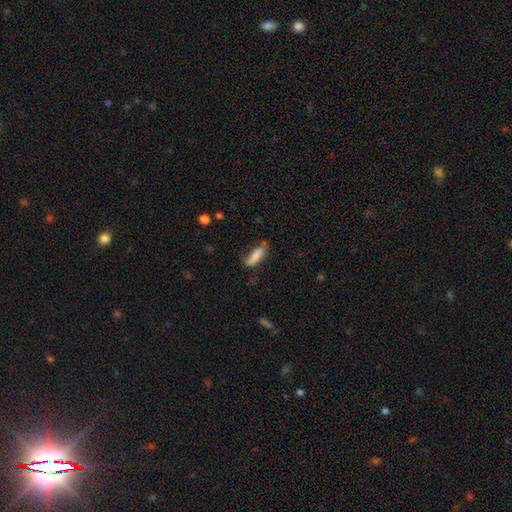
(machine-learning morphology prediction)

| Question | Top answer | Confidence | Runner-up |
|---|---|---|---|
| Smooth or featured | smooth | 80% | featured or disk (12%) |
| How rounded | in between | 52% | cigar-shaped (47%) |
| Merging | none | 51% | minor disturbance (31%) |